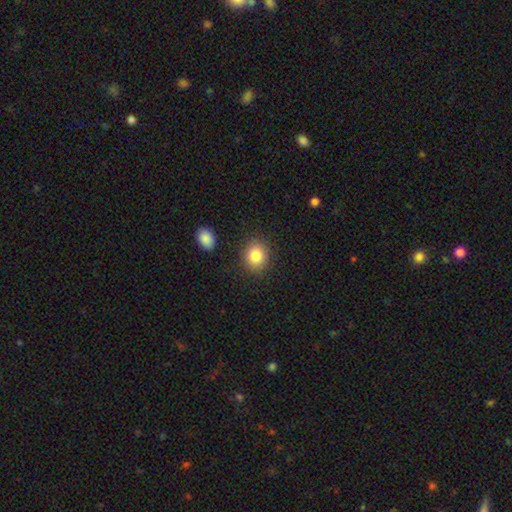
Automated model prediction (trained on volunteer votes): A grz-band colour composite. It shows a smooth galaxy with no disk features (84%) that is round (69%). Merging: none (87%).